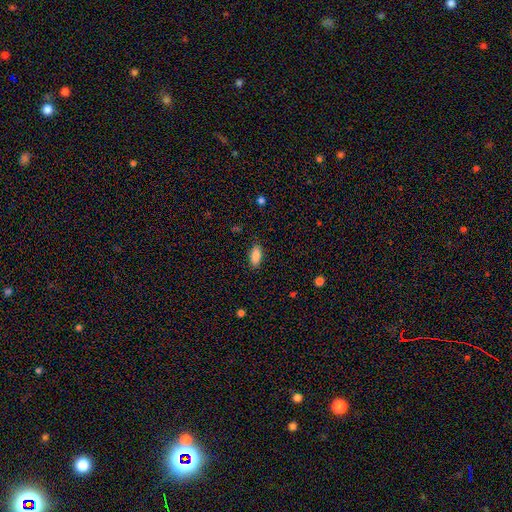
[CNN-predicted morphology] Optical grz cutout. It shows a smooth galaxy with no disk features (87%) that is in between round and cigar-shaped (86%). Merging: none (86%).